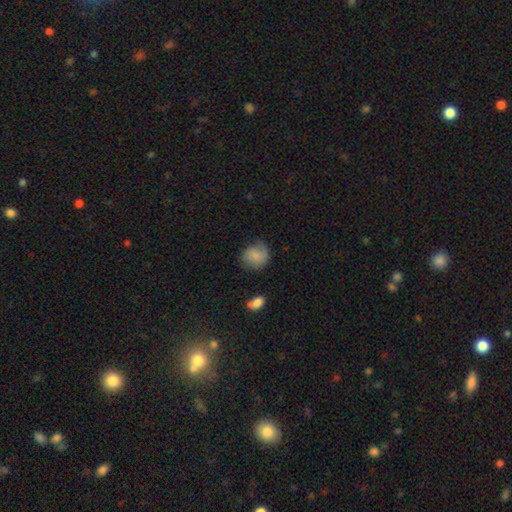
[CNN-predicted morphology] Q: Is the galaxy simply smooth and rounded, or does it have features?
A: smooth — 79%.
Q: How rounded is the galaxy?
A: round — 75%.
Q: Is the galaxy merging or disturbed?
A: none — 65%.